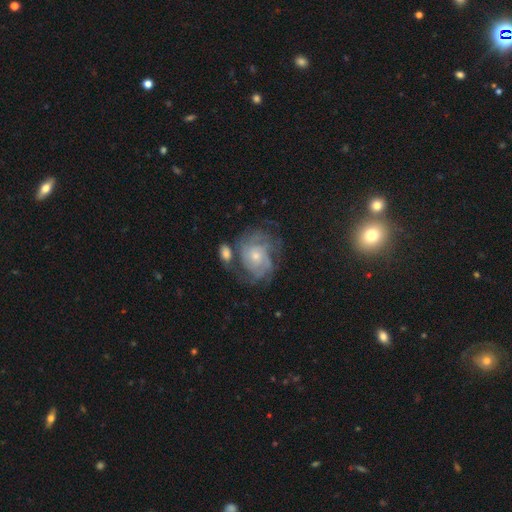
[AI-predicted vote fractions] The model was most divided on "spiral arm count": can't tell: 35%, 3: 21%, 4: 16%, 2: 14%, more than 4: 7%, 1: 6%. More confident: edge-on disk — no (97%); spiral arms — yes (94%); smooth or featured — featured or disk (80%); bar — no (75%); spiral winding — tight (64%); merging — none (62%); bulge size — small (60%).